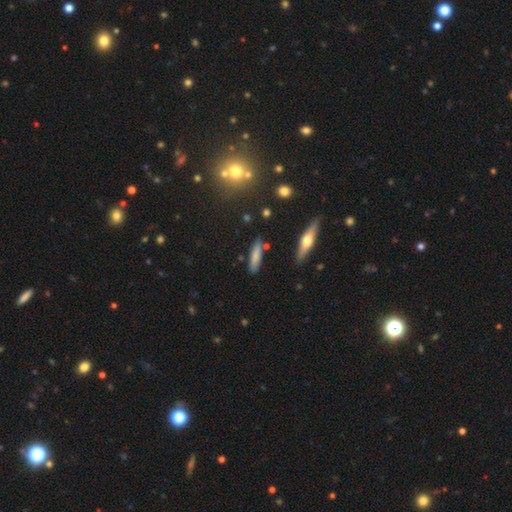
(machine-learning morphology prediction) smooth-or-featured: smooth: 74% | featured or disk: 18% | star or artifact: 8%
  how-rounded: cigar-shaped: 73% | in between: 25% | round: 2%
  merging: none: 81% | minor disturbance: 11% | merger: 5% | major disturbance: 2%